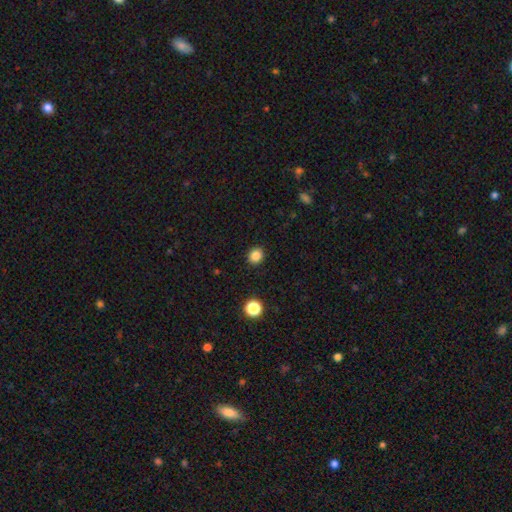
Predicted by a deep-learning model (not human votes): Smooth or featured: smooth — 85% (star or artifact — 12%)
How rounded: round — 82% (in between — 17%)
Merging: none — 91% (minor disturbance — 6%)